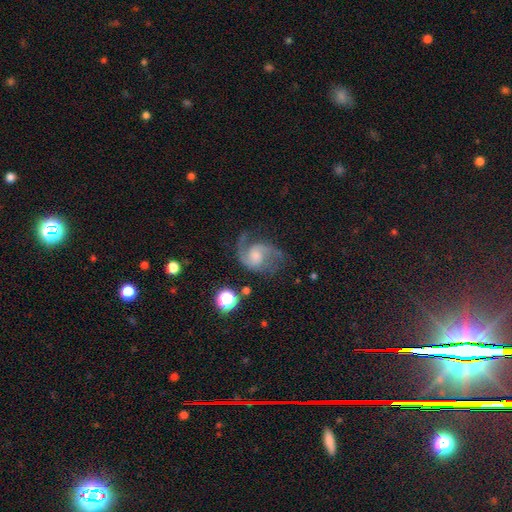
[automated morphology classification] Q: Smooth or featured?
A: featured or disk (84%); runner-up: smooth (9%)
Q: Edge-on disk?
A: no (98%); runner-up: yes (2%)
Q: Bar?
A: no (58%); runner-up: weak (37%)
Q: Spiral arms?
A: yes (96%); runner-up: no (4%)
Q: Spiral winding?
A: medium (53%); runner-up: loose (31%)
Q: Spiral arm count?
A: 2 (81%); runner-up: 1 (9%)
Q: Bulge size?
A: moderate (38%); runner-up: small (31%)
Q: Merging?
A: none (61%); runner-up: minor disturbance (20%)